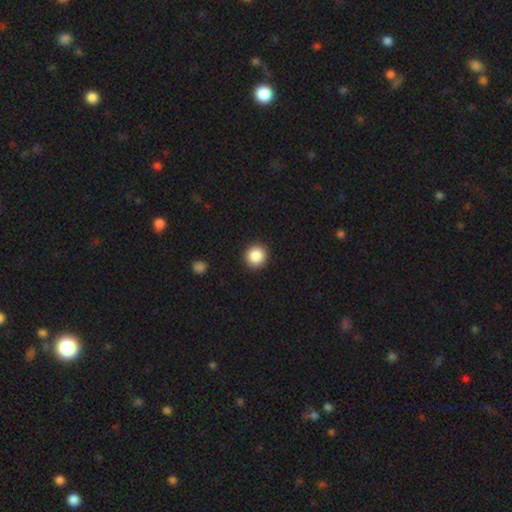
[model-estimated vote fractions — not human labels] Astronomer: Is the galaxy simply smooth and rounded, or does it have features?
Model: smooth — 87%.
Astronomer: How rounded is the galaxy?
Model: round — 94%.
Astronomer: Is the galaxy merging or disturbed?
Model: none — 92%.